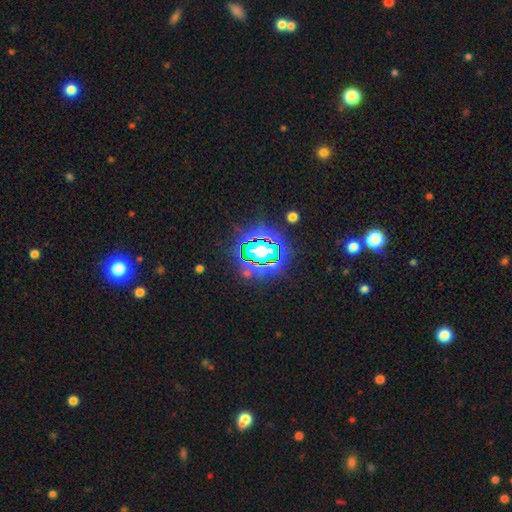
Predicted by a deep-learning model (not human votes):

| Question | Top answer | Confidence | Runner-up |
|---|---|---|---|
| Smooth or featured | star or artifact | 79% | smooth (12%) |